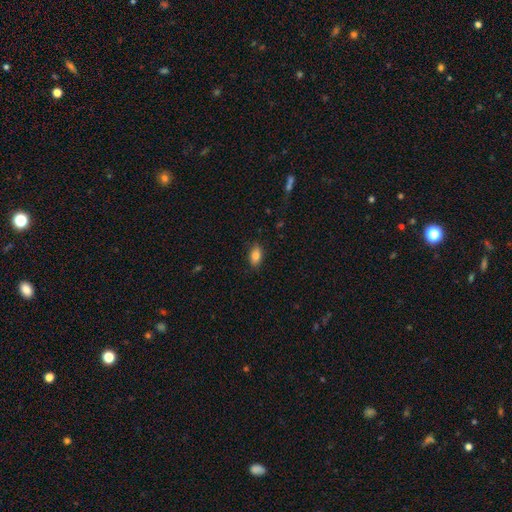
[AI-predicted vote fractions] smooth-or-featured: smooth: 83% | featured or disk: 9% | star or artifact: 8%
  how-rounded: in between: 89% | round: 7% | cigar-shaped: 5%
  merging: none: 85% | minor disturbance: 12% | major disturbance: 3% | merger: 1%